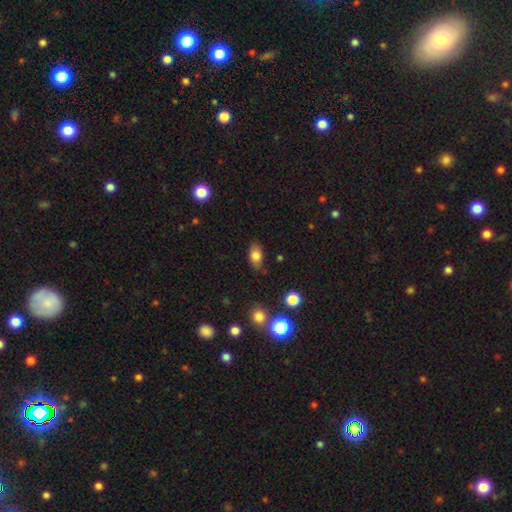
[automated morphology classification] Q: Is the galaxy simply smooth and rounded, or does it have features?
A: smooth — 80%.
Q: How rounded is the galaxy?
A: in between — 87%.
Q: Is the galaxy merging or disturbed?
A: none — 81%.